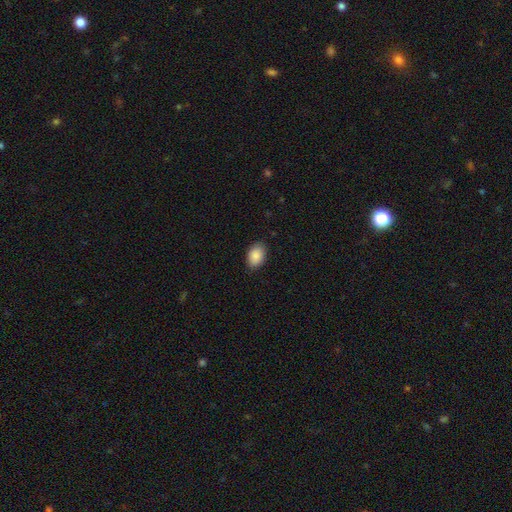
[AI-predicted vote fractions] Q: Smooth or featured?
A: smooth (89%); runner-up: star or artifact (7%)
Q: How rounded?
A: in between (86%); runner-up: round (13%)
Q: Merging?
A: none (84%); runner-up: minor disturbance (12%)